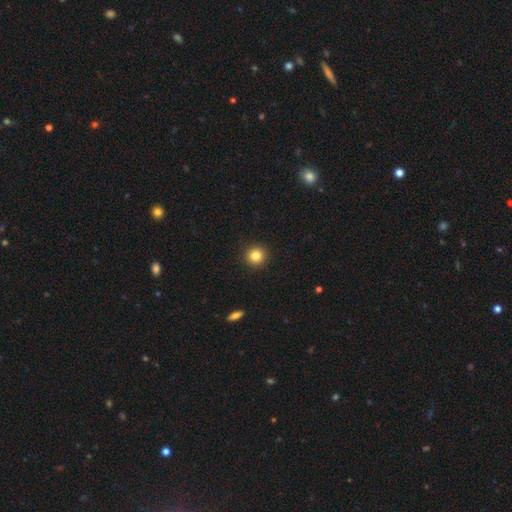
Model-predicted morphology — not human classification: This is clearly a smooth galaxy (83%). How rounded: clearly round (94%). Merging: clearly none (93%).